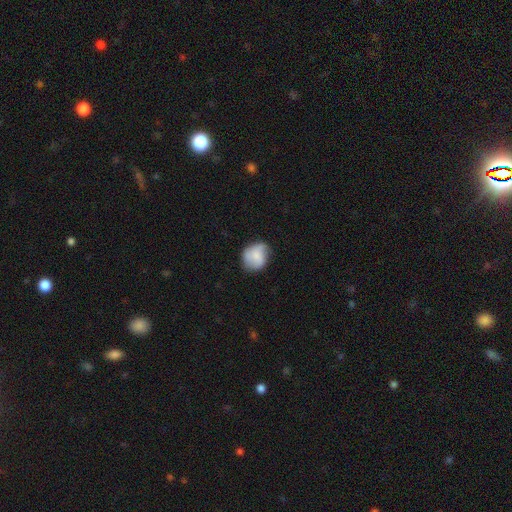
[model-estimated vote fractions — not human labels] The model was most divided on "merging": none: 61%, minor disturbance: 28%, major disturbance: 9%, merger: 2%. More confident: how rounded — round (67%); smooth or featured — smooth (63%).